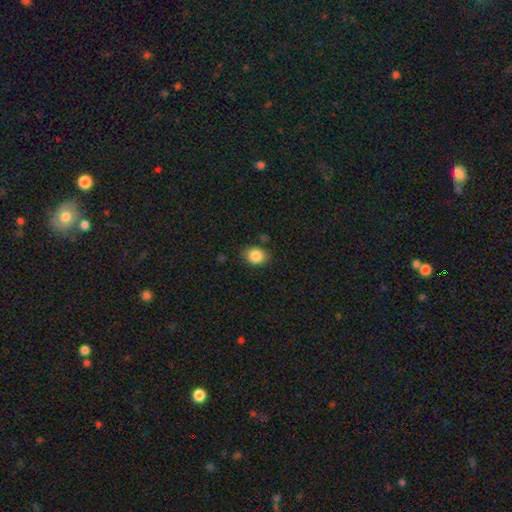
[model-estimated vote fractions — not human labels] Smooth or featured: smooth — 86% (star or artifact — 9%)
How rounded: round — 54% (in between — 45%)
Merging: none — 80% (minor disturbance — 14%)